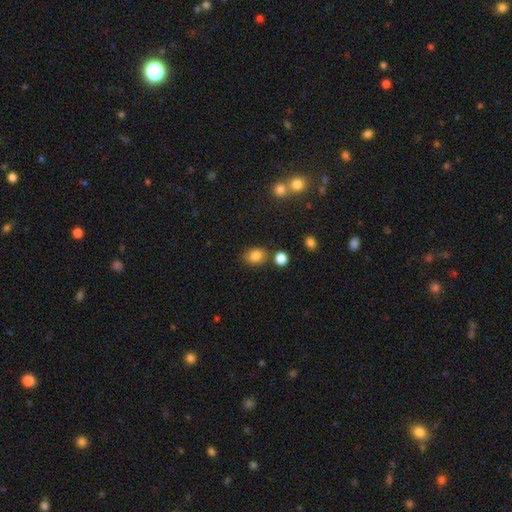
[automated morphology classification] Overall: smooth (83%). How rounded: in between (54%; round 45%). Merging: none (75%).